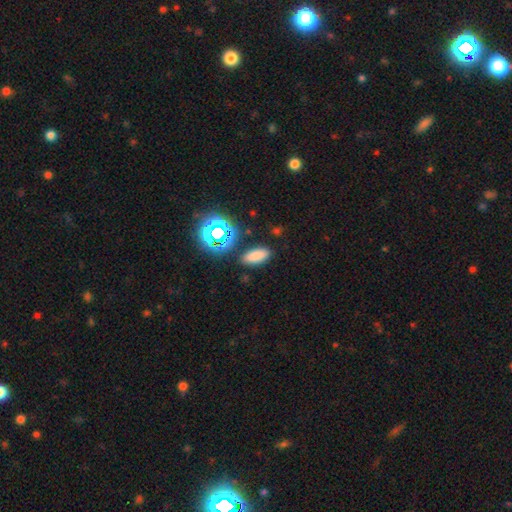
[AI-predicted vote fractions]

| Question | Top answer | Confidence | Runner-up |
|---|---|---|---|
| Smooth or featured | smooth | 75% | star or artifact (19%) |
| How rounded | in between | 82% | cigar-shaped (13%) |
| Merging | none | 86% | minor disturbance (9%) |